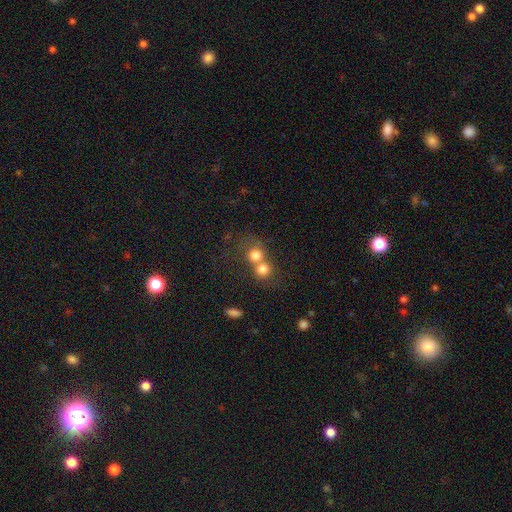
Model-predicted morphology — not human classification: Smooth or featured: smooth — 76% (featured or disk — 13%)
How rounded: round — 82% (in between — 17%)
Merging: merger — 60% (none — 30%)